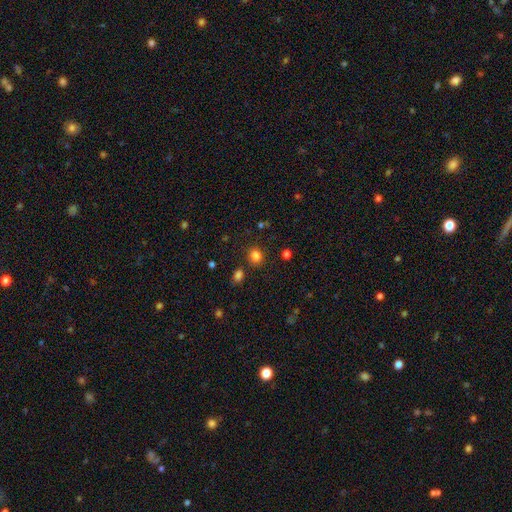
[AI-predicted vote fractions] Q: Smooth or featured?
A: smooth (82%); runner-up: star or artifact (14%)
Q: How rounded?
A: round (70%); runner-up: in between (29%)
Q: Merging?
A: none (82%); runner-up: minor disturbance (9%)